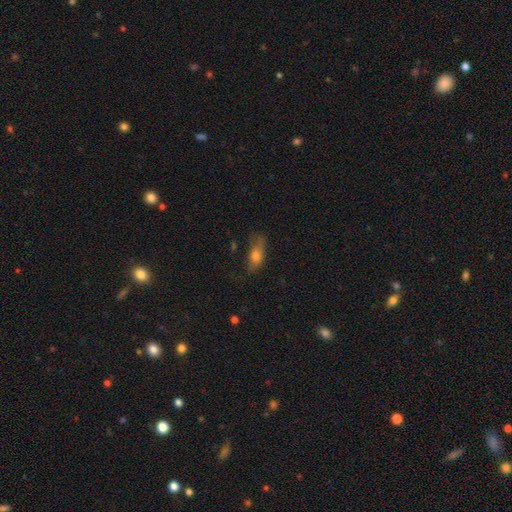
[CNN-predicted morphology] Smooth or featured: smooth — 70% (featured or disk — 20%)
How rounded: in between — 72% (cigar-shaped — 23%)
Merging: none — 58% (minor disturbance — 28%)